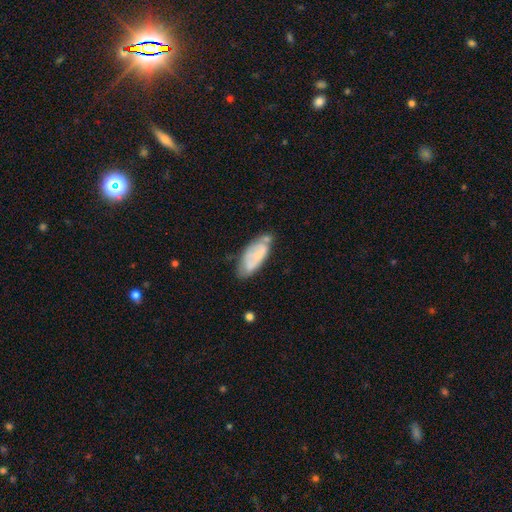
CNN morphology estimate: type=smooth (53%); roundness=in between (79%); merging=none (54%).